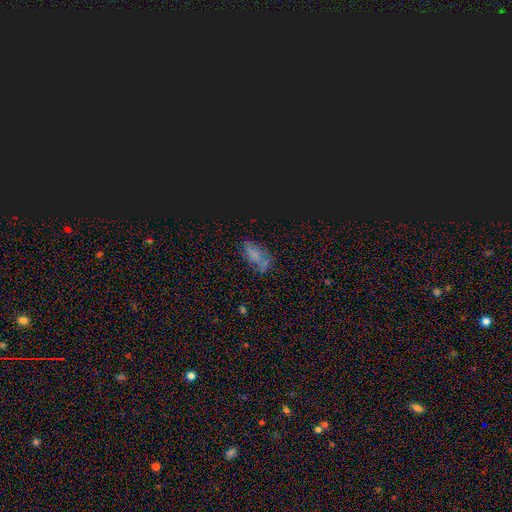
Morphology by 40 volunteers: smooth-or-featured: smooth: 70% | featured or disk: 22% | star or artifact: 8%
  how-rounded: in between: 86% | cigar-shaped: 11% | round: 4%
  merging: merger: 38% | minor disturbance: 24% | none: 22% | major disturbance: 16%